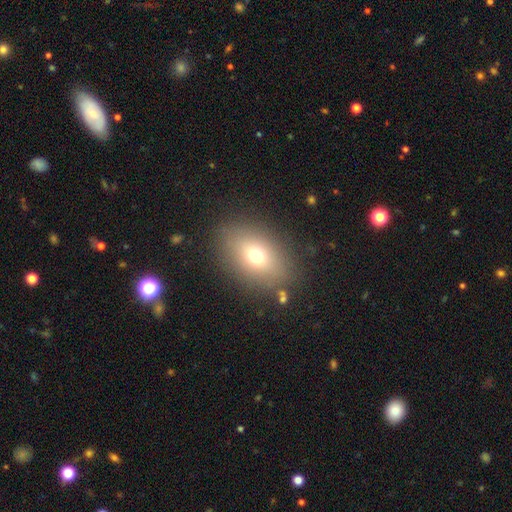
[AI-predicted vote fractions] smooth 70%, featured or disk 17%, star or artifact 13%. Down the decision tree: how rounded — in between (77%); merging — none (84%).